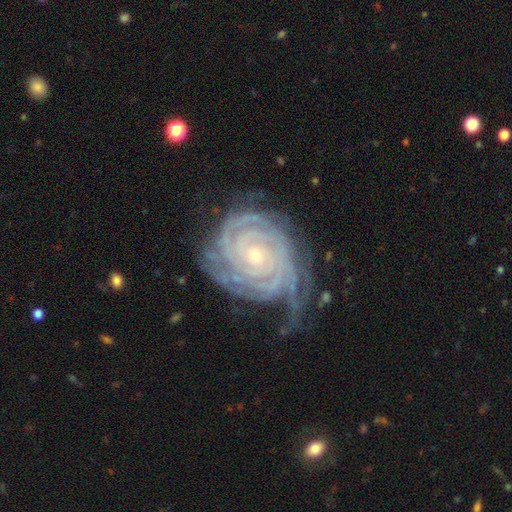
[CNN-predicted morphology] smooth_or_featured: featured or disk (p=0.92) [alt: star or artifact p=0.05]
disk_edge_on: no (p=0.98) [alt: yes p=0.02]
bar: no (p=0.73) [alt: weak p=0.18]
has_spiral_arms: yes (p=0.99) [alt: no p=0.01]
spiral_winding: tight (p=0.87) [alt: medium p=0.11]
spiral_arm_count: 4 (p=0.29) [alt: 3 p=0.19]
bulge_size: small (p=0.74) [alt: moderate p=0.23]
merging: none (p=0.63) [alt: minor disturbance p=0.24]